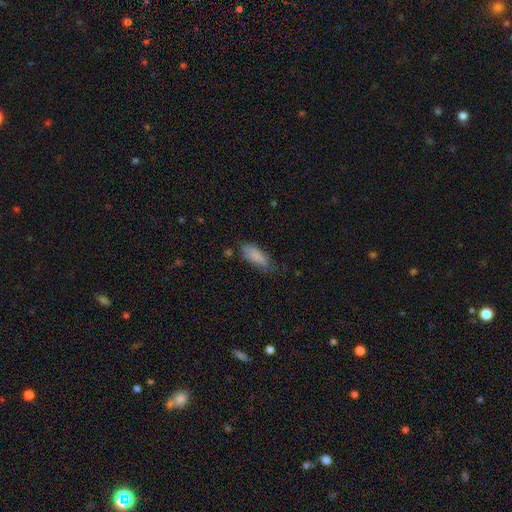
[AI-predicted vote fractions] smooth 84%, featured or disk 9%, star or artifact 7%. Down the decision tree: how rounded — in between (69%); merging — none (58%).